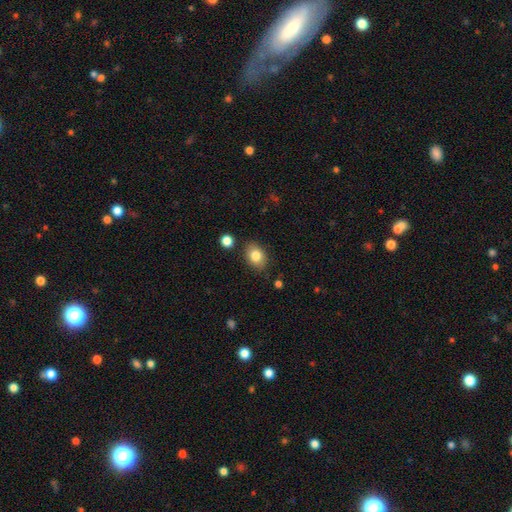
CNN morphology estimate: Smooth or featured? Predicted: smooth (p=0.82). How rounded? Predicted: in between (p=0.73). Merging? Predicted: none (p=0.84).